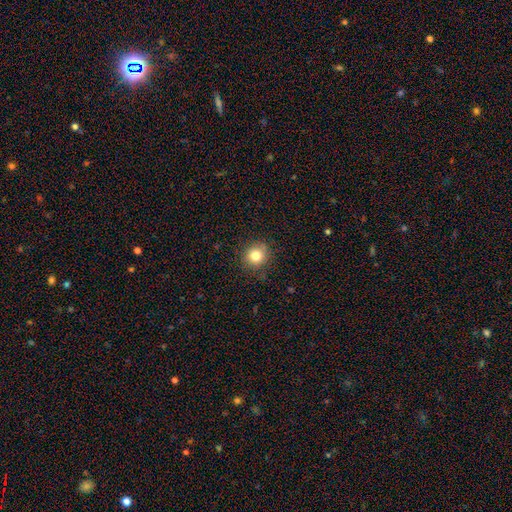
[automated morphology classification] Smooth or featured? Predicted: smooth (p=0.80). How rounded? Predicted: round (p=0.89). Merging? Predicted: none (p=0.87).